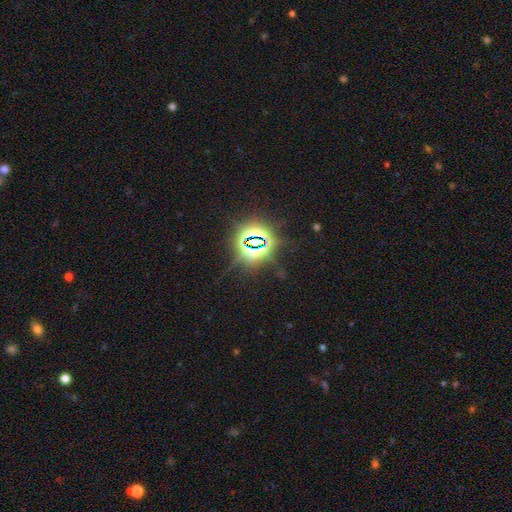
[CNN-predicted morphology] smooth-or-featured: star or artifact: 82% | smooth: 9% | featured or disk: 8%